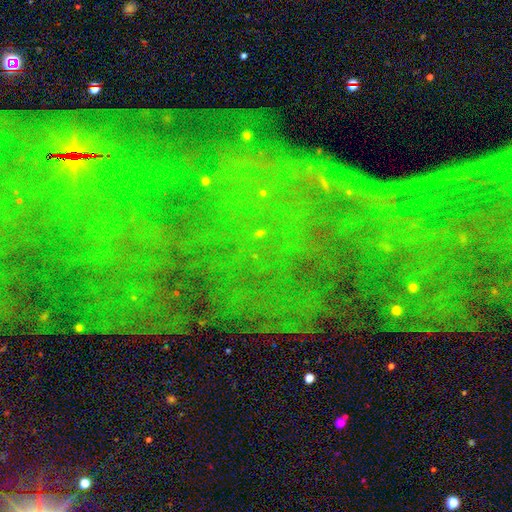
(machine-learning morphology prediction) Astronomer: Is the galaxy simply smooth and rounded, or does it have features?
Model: star or artifact — 77%.